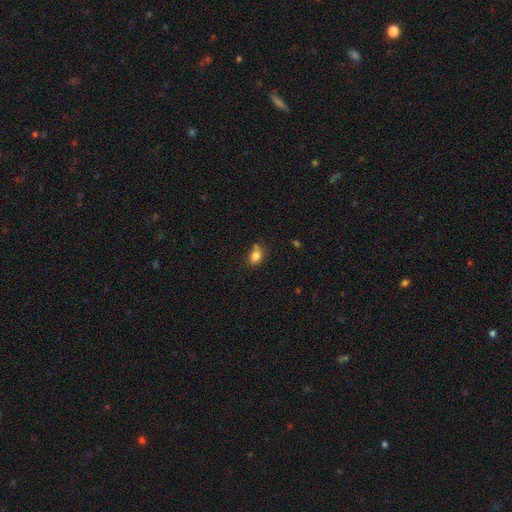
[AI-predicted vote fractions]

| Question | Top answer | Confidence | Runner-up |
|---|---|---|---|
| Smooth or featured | smooth | 82% | star or artifact (10%) |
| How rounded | in between | 71% | round (28%) |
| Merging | none | 65% | minor disturbance (19%) |